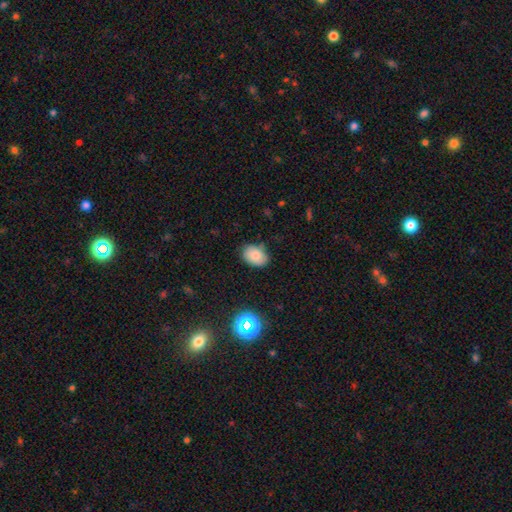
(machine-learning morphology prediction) The model was most divided on "merging": none: 77%, minor disturbance: 18%, major disturbance: 3%, merger: 2%. More confident: smooth or featured — smooth (81%); how rounded — in between (79%).